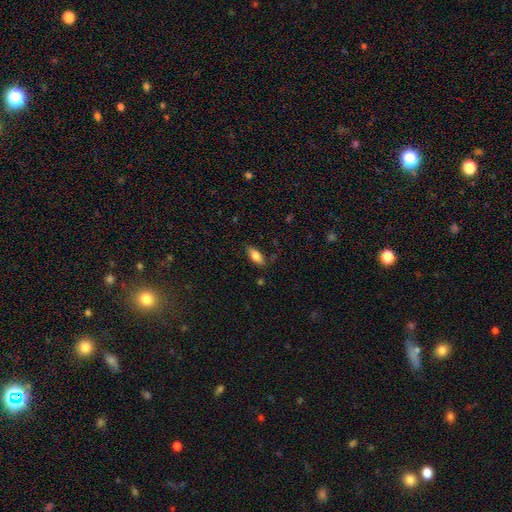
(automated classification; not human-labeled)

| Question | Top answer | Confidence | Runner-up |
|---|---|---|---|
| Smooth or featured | smooth | 80% | featured or disk (13%) |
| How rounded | in between | 81% | cigar-shaped (16%) |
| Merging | none | 78% | minor disturbance (17%) |